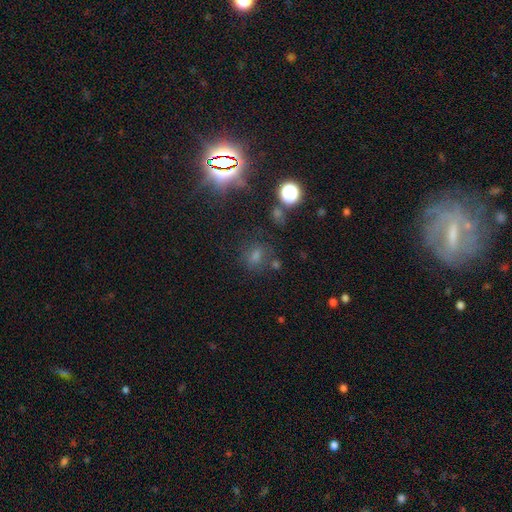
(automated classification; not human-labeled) smooth-or-featured: star or artifact: 52% | smooth: 36% | featured or disk: 12%